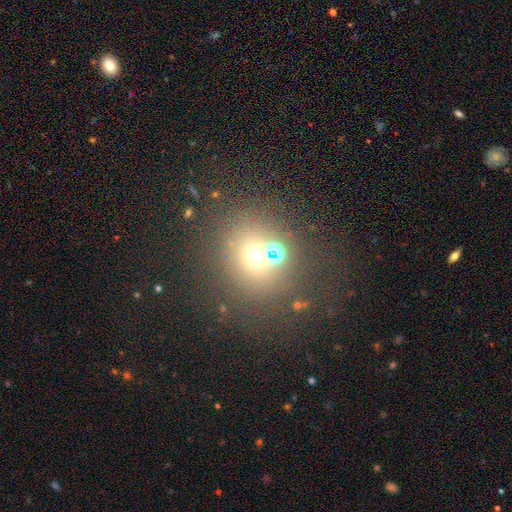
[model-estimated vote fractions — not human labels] Smooth or featured? Predicted: smooth (p=0.57). How rounded? Predicted: round (p=0.82). Merging? Predicted: none (p=0.62).